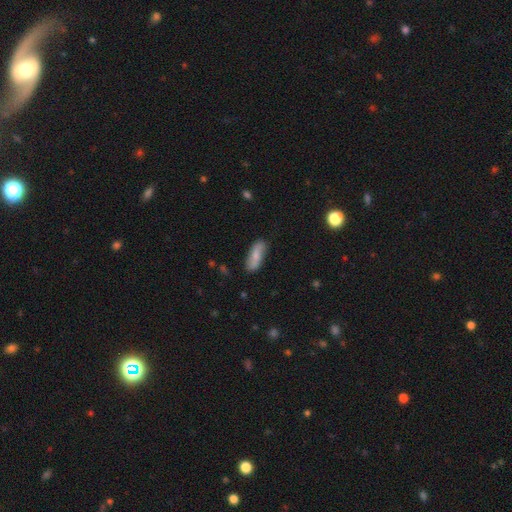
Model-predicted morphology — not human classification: Smooth or featured? Predicted: smooth (p=0.73). How rounded? Predicted: in between (p=0.64). Merging? Predicted: none (p=0.78).